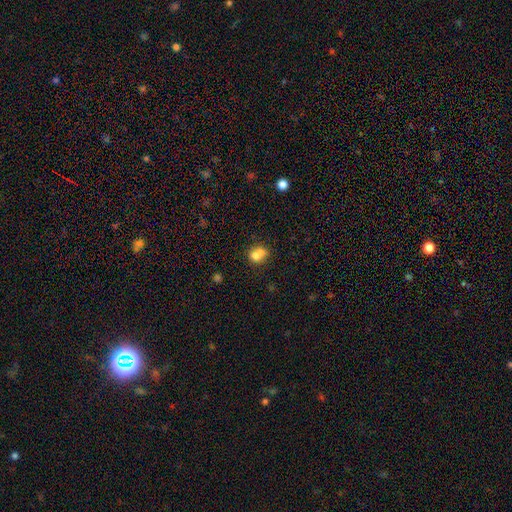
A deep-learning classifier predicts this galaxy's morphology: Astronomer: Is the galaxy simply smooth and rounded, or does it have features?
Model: smooth — 71%.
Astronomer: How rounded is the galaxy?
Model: round — 65%.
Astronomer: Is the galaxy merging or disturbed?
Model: merger — 53% (runner-up: none, 31%).